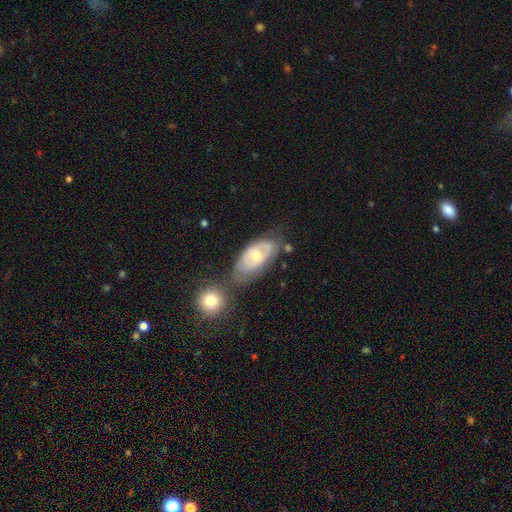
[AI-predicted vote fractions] Smooth or featured? Predicted: featured or disk (p=0.61). Edge-on disk? Predicted: no (p=0.92). Bar? Predicted: no (p=0.80). Spiral arms? Predicted: no (p=0.52). Bulge size? Predicted: moderate (p=0.67). Merging? Predicted: none (p=0.47).